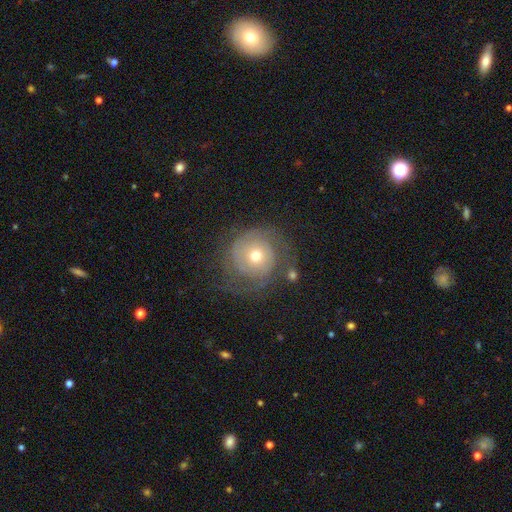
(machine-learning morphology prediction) Smooth or featured? Predicted: featured or disk (p=0.62). Edge-on disk? Predicted: no (p=0.97). Bar? Predicted: no (p=0.83). Spiral arms? Predicted: yes (p=0.80). Bulge size? Predicted: moderate (p=0.59). Merging? Predicted: none (p=0.60).